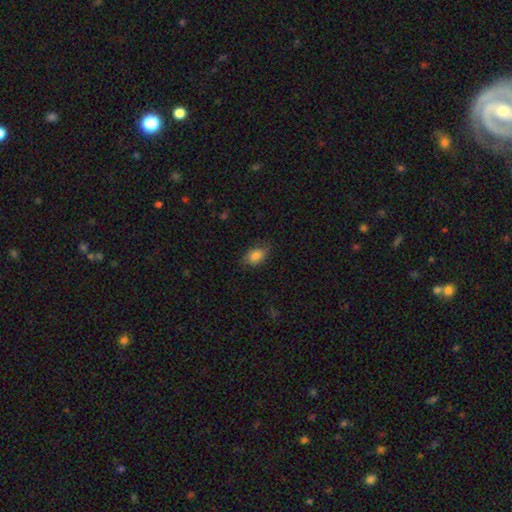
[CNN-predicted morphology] smooth 82%, featured or disk 10%, star or artifact 8%. Down the decision tree: how rounded — in between (84%); merging — none (72%).